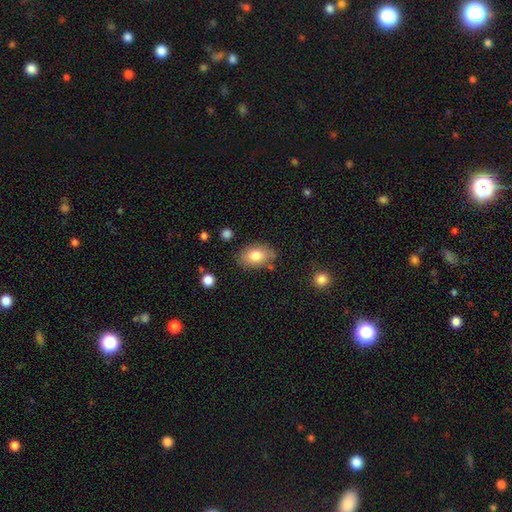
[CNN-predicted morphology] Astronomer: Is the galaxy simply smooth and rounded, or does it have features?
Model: smooth — 79%.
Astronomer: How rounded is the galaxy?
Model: in between — 84%.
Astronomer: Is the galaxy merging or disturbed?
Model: none — 76%.